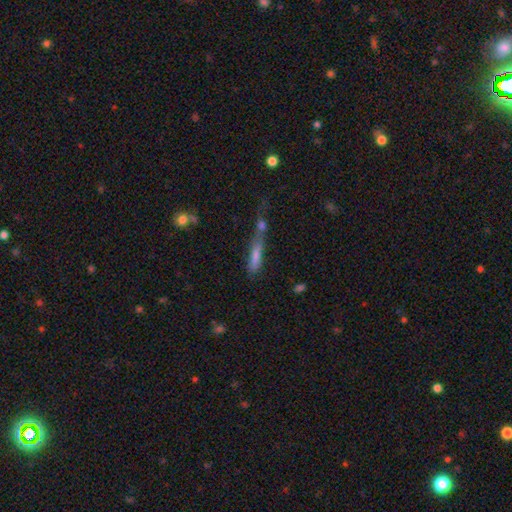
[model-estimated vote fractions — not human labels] smooth-or-featured: smooth: 62% | featured or disk: 25% | star or artifact: 12%
  how-rounded: cigar-shaped: 81% | in between: 17% | round: 3%
  merging: merger: 43% | none: 32% | minor disturbance: 14% | major disturbance: 12%